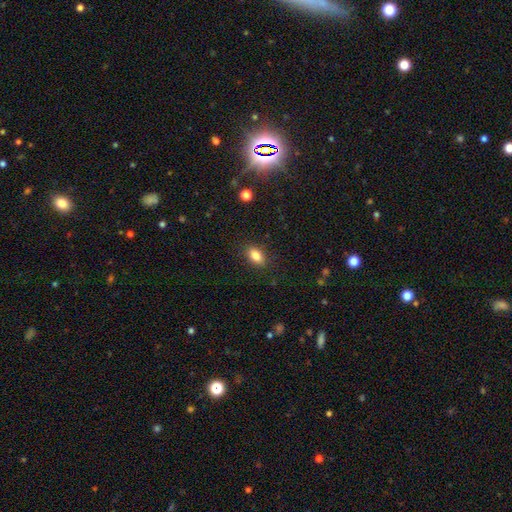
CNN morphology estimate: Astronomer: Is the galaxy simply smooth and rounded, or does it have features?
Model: smooth — 84%.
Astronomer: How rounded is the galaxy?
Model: in between — 88%.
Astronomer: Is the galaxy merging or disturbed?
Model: none — 87%.